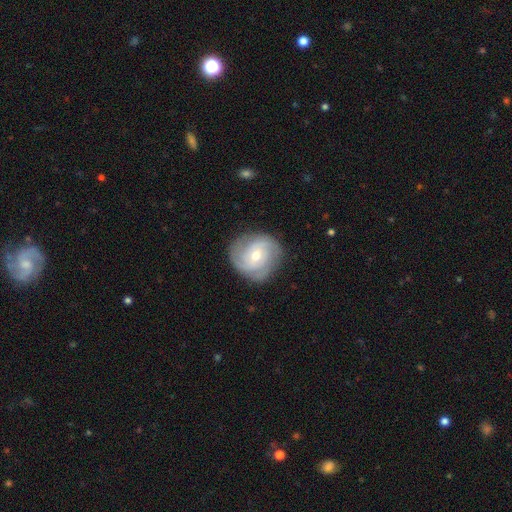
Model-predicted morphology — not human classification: Smooth or featured?
  - featured or disk: 76% *
  - smooth: 18%
  - star or artifact: 6%
Edge-on disk?
  - no: 98% *
  - yes: 2%
Bar?
  - no: 63% *
  - weak: 31%
  - strong: 7%
Spiral arms?
  - yes: 94% *
  - no: 6%
Spiral winding?
  - tight: 54% *
  - medium: 36%
  - loose: 10%
Spiral arm count?
  - 3: 40% *
  - 2: 24%
  - can't tell: 18%
  - 4: 9%
  - 1: 5%
  - more than 4: 4%
Bulge size?
  - moderate: 50% *
  - small: 46%
  - large: 2%
  - none: 1%
  - dominant: 1%
Merging?
  - none: 80% *
  - minor disturbance: 14%
  - major disturbance: 4%
  - merger: 1%